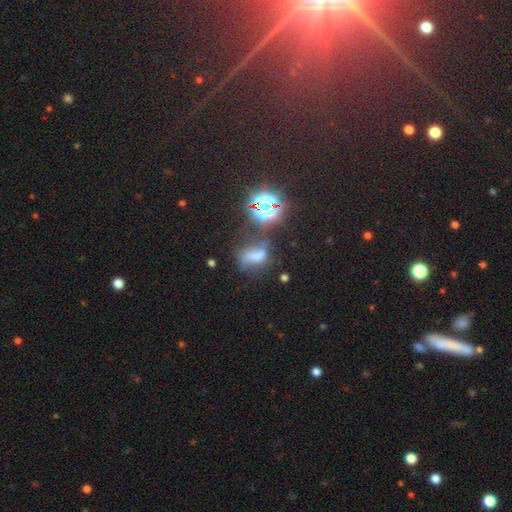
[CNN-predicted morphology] smooth 44%, star or artifact 30%, featured or disk 26%. Down the decision tree: merging — major disturbance (31%).